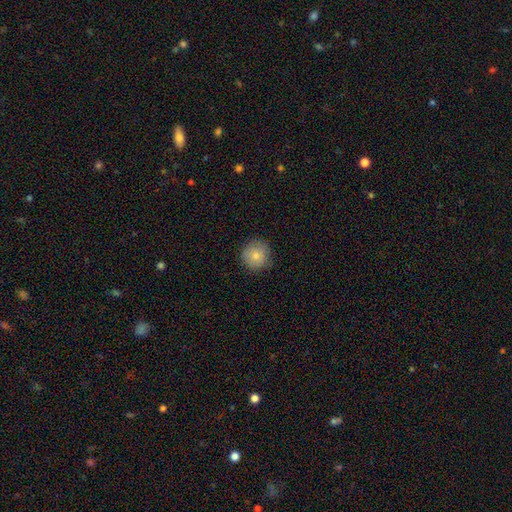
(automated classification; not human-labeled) Q: Smooth or featured?
A: smooth (81%); runner-up: featured or disk (11%)
Q: How rounded?
A: round (93%); runner-up: in between (7%)
Q: Merging?
A: none (84%); runner-up: minor disturbance (12%)